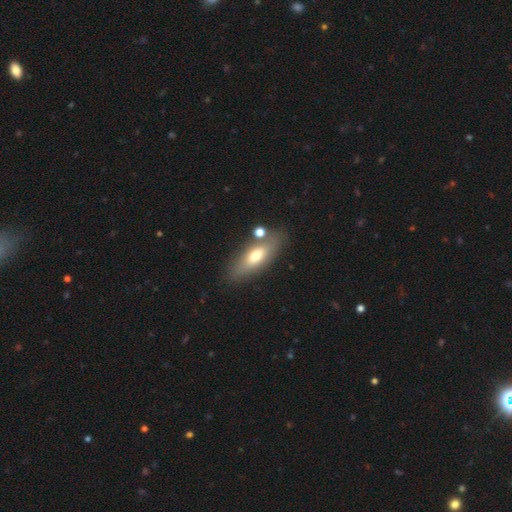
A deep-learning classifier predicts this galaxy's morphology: A smooth galaxy with no disk features (64%) that is in between round and cigar-shaped (66%).

Vote fractions:
- Smooth or featured? smooth: 64% / featured or disk: 29% / star or artifact: 7%
- How rounded? in between: 66% / cigar-shaped: 31% / round: 3%
- Merging? none: 74% / minor disturbance: 13% / merger: 9% / major disturbance: 4%